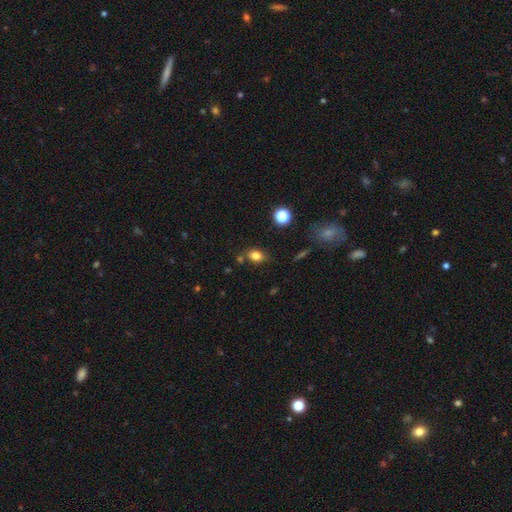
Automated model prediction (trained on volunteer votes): Overall: smooth (80%). How rounded: in between (69%; round 29%). Merging: none (72%).